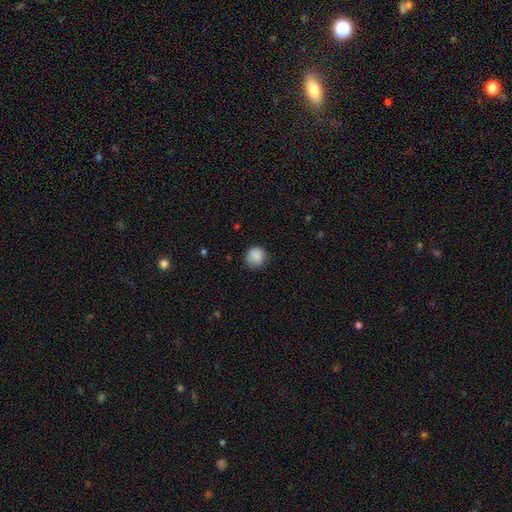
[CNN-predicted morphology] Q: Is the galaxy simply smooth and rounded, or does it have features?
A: smooth — 87%.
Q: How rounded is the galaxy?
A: round — 92%.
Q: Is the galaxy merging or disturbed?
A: none — 83%.